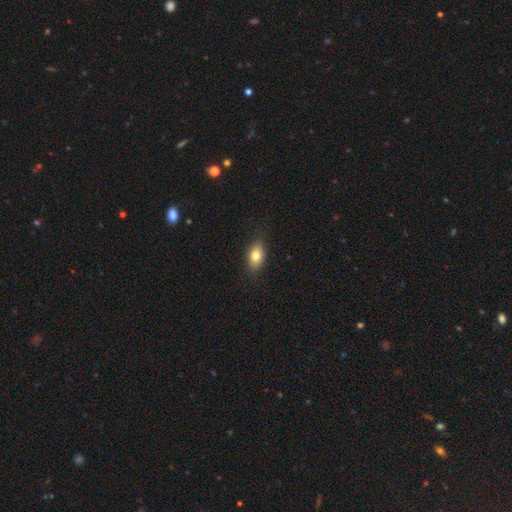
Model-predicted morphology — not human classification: The model was most divided on "smooth or featured": smooth: 79%, featured or disk: 13%, star or artifact: 8%. More confident: how rounded — in between (87%); merging — none (86%).